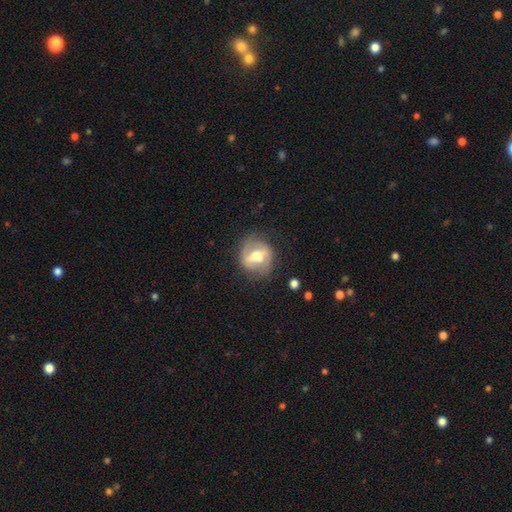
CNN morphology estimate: Q: Smooth or featured?
A: featured or disk (63%); runner-up: smooth (30%)
Q: Edge-on disk?
A: no (92%); runner-up: yes (8%)
Q: Bar?
A: strong (48%); runner-up: weak (36%)
Q: Spiral arms?
A: yes (54%); runner-up: no (46%)
Q: Bulge size?
A: moderate (65%); runner-up: large (18%)
Q: Merging?
A: none (70%); runner-up: minor disturbance (19%)